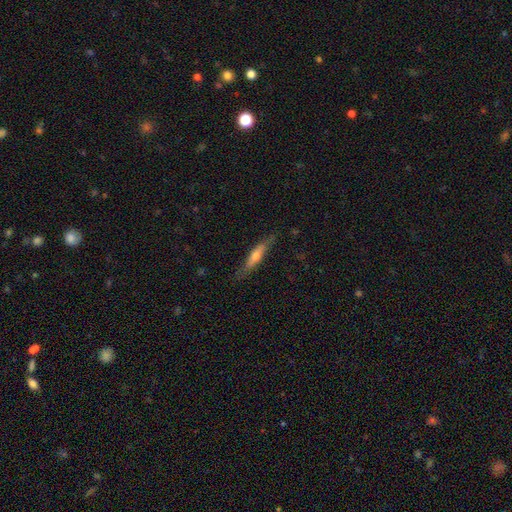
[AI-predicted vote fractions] Q: Smooth or featured?
A: featured or disk (49%); runner-up: smooth (45%)
Q: Merging?
A: none (78%); runner-up: minor disturbance (17%)